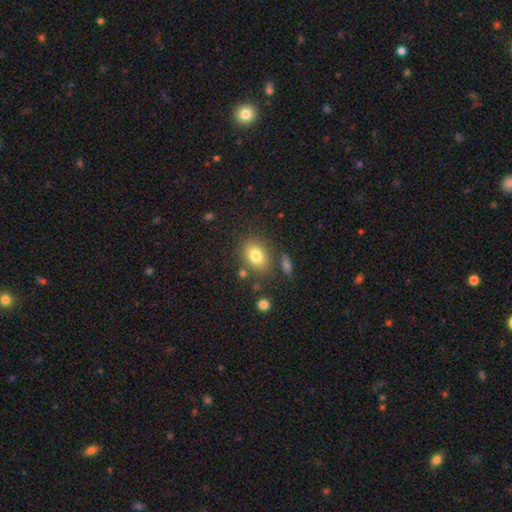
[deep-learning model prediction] Smooth or featured: smooth — 80% (featured or disk — 10%)
How rounded: in between — 65% (round — 34%)
Merging: none — 74% (minor disturbance — 13%)